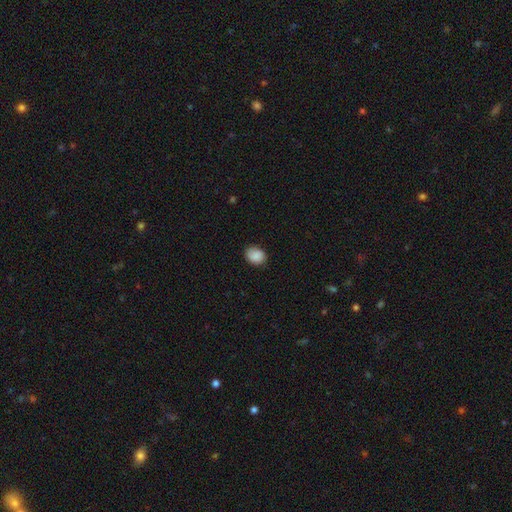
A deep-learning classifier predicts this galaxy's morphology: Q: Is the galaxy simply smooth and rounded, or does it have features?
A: smooth — 87%.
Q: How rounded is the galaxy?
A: in between — 52%.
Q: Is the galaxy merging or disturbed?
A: none — 80%.